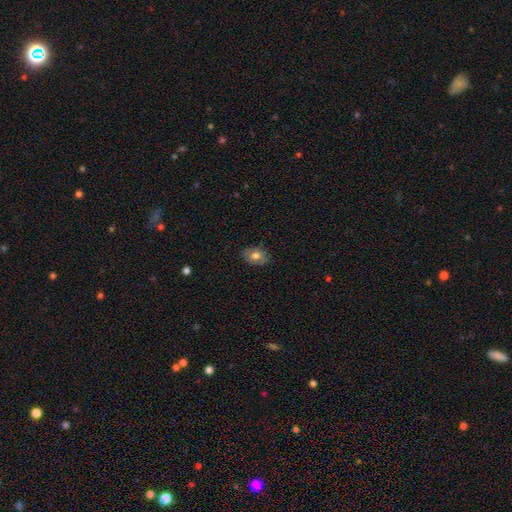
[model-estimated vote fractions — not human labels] smooth-or-featured: smooth: 72% | featured or disk: 19% | star or artifact: 8%
  how-rounded: in between: 77% | round: 22% | cigar-shaped: 1%
  merging: none: 82% | minor disturbance: 14% | major disturbance: 3% | merger: 1%